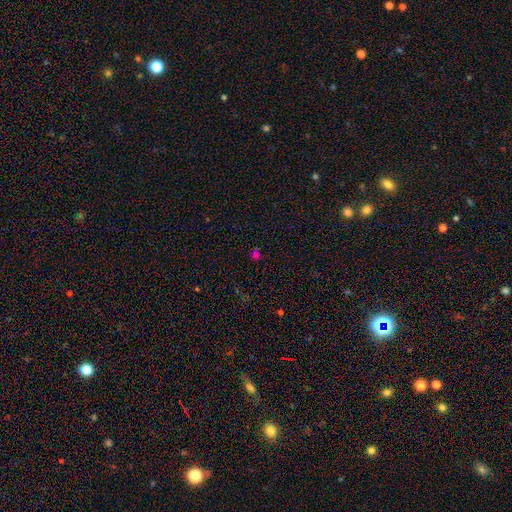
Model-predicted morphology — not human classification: This appears to be a smooth galaxy with no disk features (58%) that is round (69%). Merging: none (79%).